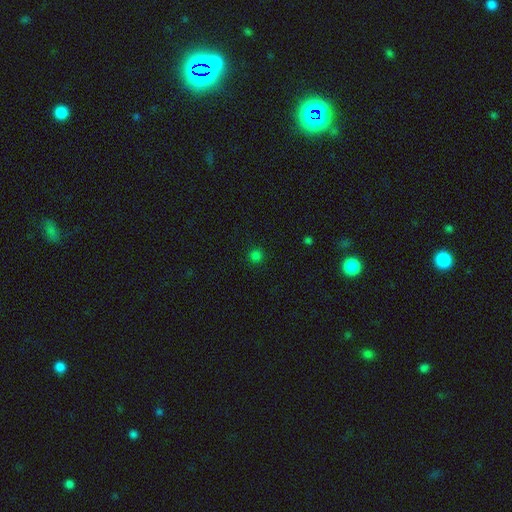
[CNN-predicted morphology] Smooth or featured?
  - smooth: 79% *
  - star or artifact: 18%
  - featured or disk: 3%
How rounded?
  - round: 95% *
  - in between: 4%
  - cigar-shaped: 1%
Merging?
  - none: 91% *
  - minor disturbance: 6%
  - major disturbance: 2%
  - merger: 1%